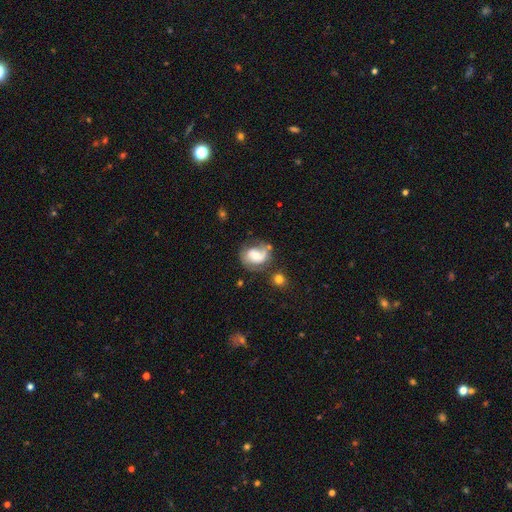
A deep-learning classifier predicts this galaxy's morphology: This is possibly a featured or disk galaxy (55%). It is clearly not viewed edge-on (96%). Bar: possibly no (56%). Spiral arm pattern: likely yes (76%). Central bulge: possibly moderate (57%). Merging: possibly none (47%).